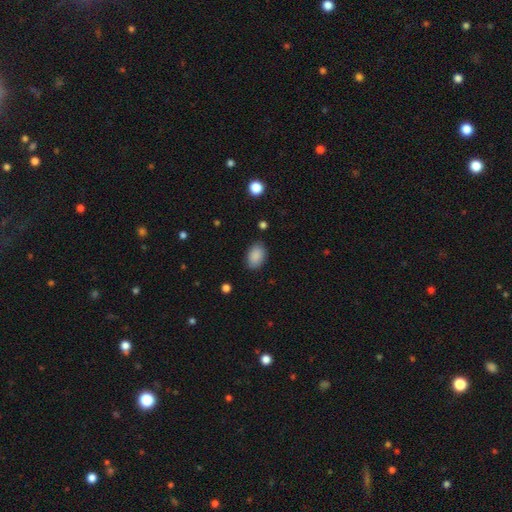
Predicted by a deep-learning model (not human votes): smooth_or_featured: smooth (p=0.89) [alt: star or artifact p=0.08]
how_rounded: in between (p=0.87) [alt: round p=0.11]
merging: none (p=0.84) [alt: minor disturbance p=0.12]